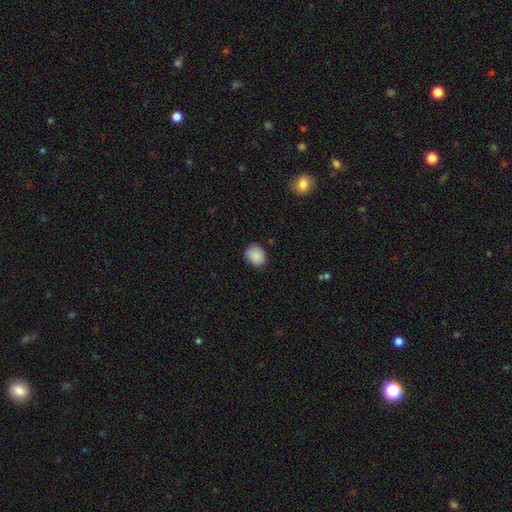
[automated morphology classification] type=smooth (89%); roundness=round (53%); merging=none (85%).